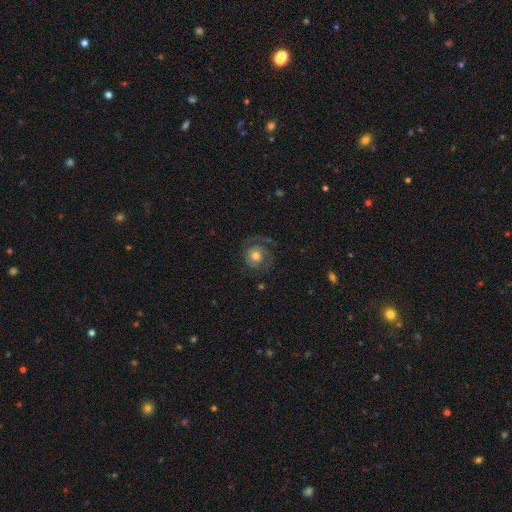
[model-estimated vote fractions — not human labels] Smooth or featured? featured or disk (56%)
Edge-on disk? no (98%)
Bar? no (81%)
Spiral arms? yes (83%)
Bulge size? moderate (68%)
Merging? none (64%)